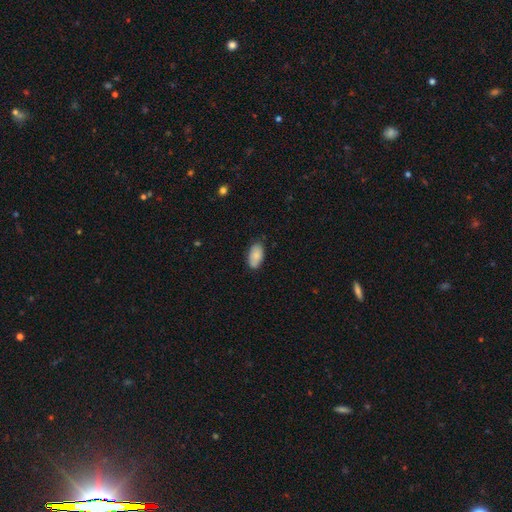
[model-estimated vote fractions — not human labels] This is clearly a smooth galaxy (85%). How rounded: clearly in between (94%). Merging: clearly none (82%).